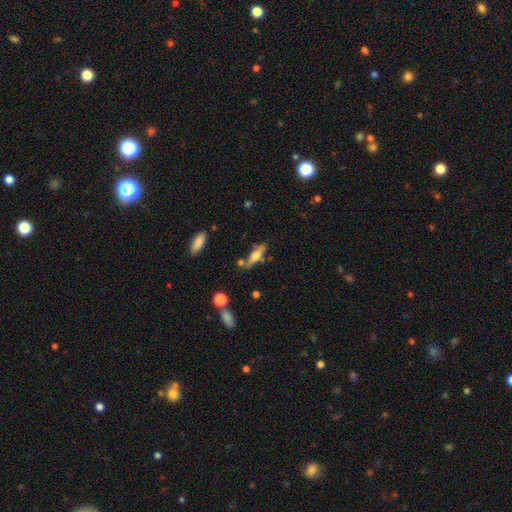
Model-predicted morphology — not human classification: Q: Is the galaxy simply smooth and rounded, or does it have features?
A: featured or disk — 52%.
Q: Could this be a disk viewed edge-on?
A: yes — 88%.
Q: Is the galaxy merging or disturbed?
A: none — 66%.